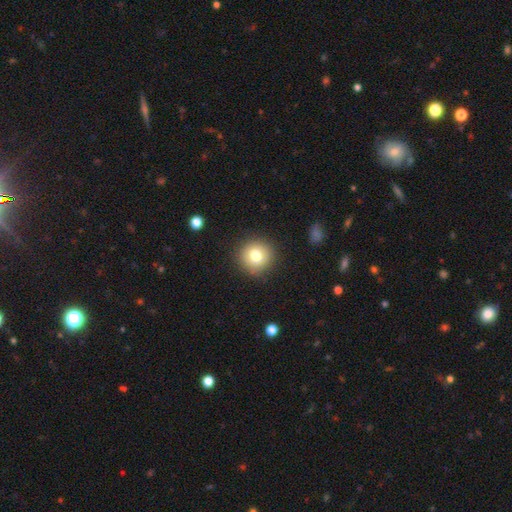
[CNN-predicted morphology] smooth_or_featured: smooth (p=0.77) [alt: featured or disk p=0.13]
how_rounded: round (p=0.93) [alt: in between p=0.06]
merging: none (p=0.89) [alt: minor disturbance p=0.07]